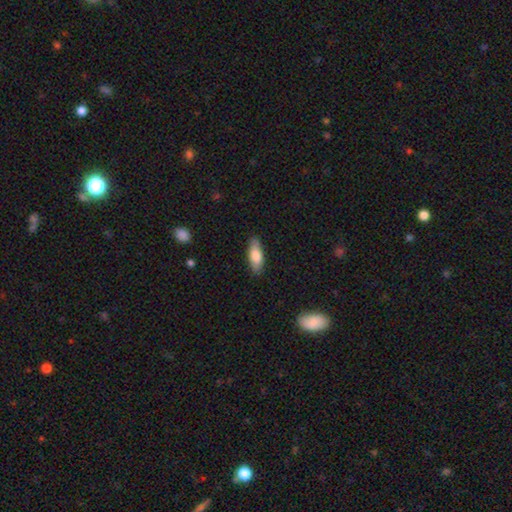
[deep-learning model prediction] smooth_or_featured: smooth (p=0.78) [alt: featured or disk p=0.17]
how_rounded: in between (p=0.70) [alt: cigar-shaped p=0.28]
merging: none (p=0.85) [alt: minor disturbance p=0.12]